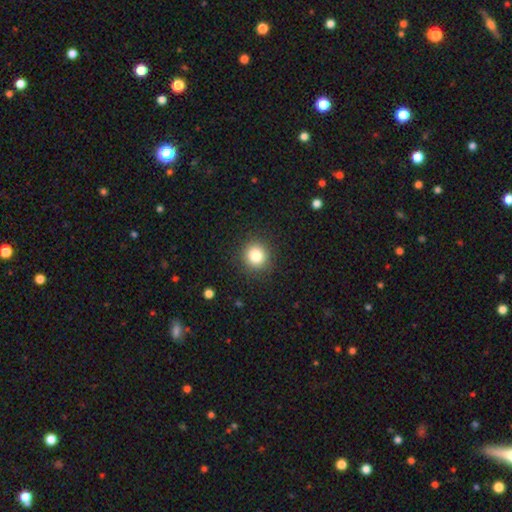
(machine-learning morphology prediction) A smooth galaxy with no disk features (84%) that is round (91%).

Vote fractions:
- Smooth or featured? smooth: 84% / star or artifact: 11% / featured or disk: 6%
- How rounded? round: 91% / in between: 8% / cigar-shaped: 1%
- Merging? none: 90% / minor disturbance: 7% / major disturbance: 3% / merger: 1%